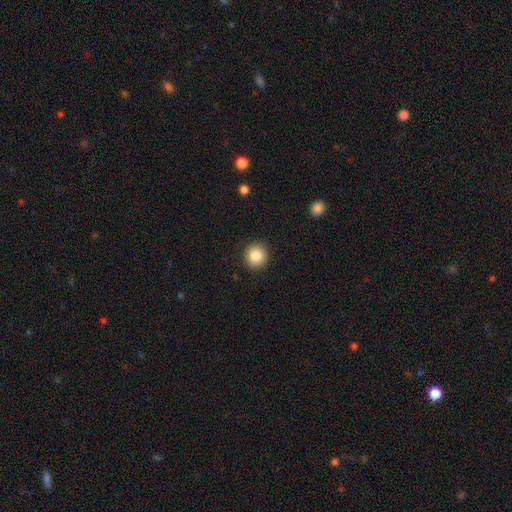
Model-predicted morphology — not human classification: smooth_or_featured: smooth (p=0.84) [alt: star or artifact p=0.09]
how_rounded: round (p=0.92) [alt: in between p=0.07]
merging: none (p=0.92) [alt: minor disturbance p=0.06]